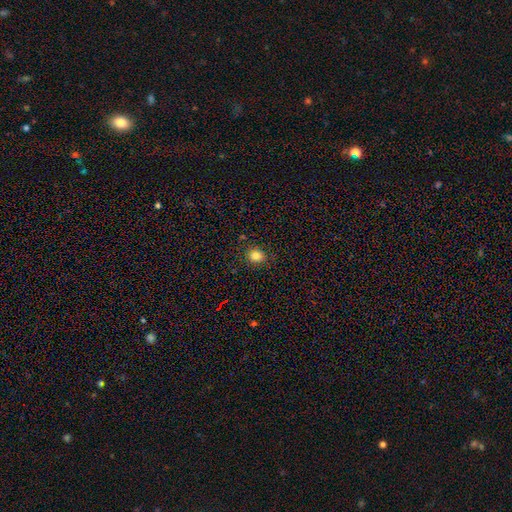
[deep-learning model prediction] Q: Smooth or featured?
A: smooth (83%); runner-up: star or artifact (12%)
Q: How rounded?
A: round (69%); runner-up: in between (30%)
Q: Merging?
A: none (86%); runner-up: minor disturbance (9%)